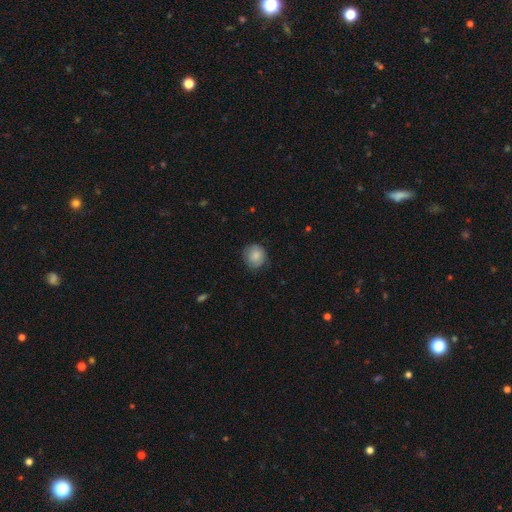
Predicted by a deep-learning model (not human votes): Smooth or featured? smooth (84%)
How rounded? round (88%)
Merging? none (79%)